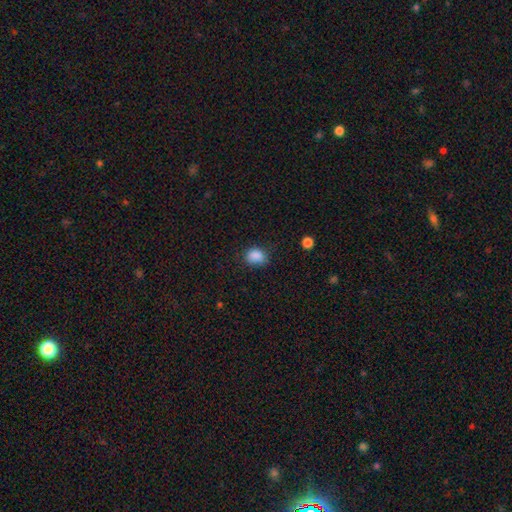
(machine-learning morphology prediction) Smooth or featured? Predicted: smooth (p=0.87). How rounded? Predicted: in between (p=0.56). Merging? Predicted: none (p=0.71).